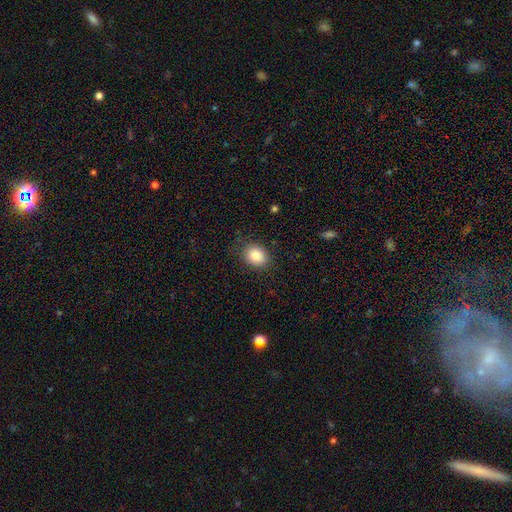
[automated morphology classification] Q: Smooth or featured?
A: smooth (85%); runner-up: star or artifact (9%)
Q: How rounded?
A: in between (55%); runner-up: round (44%)
Q: Merging?
A: none (82%); runner-up: minor disturbance (13%)